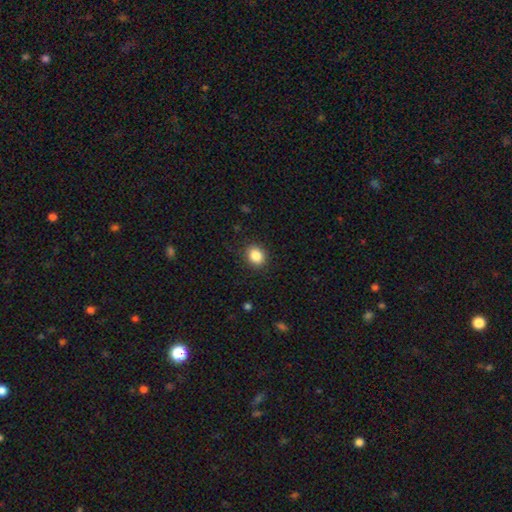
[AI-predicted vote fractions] Smooth or featured? Predicted: smooth (p=0.86). How rounded? Predicted: round (p=0.64). Merging? Predicted: none (p=0.89).